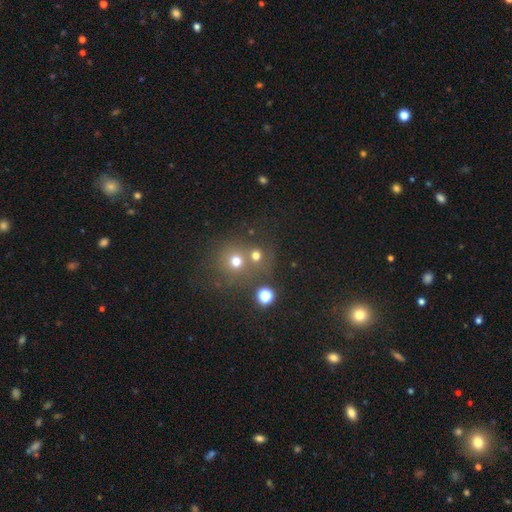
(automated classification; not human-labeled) Q: Smooth or featured?
A: smooth (64%); runner-up: star or artifact (24%)
Q: How rounded?
A: round (86%); runner-up: in between (13%)
Q: Merging?
A: none (55%); runner-up: merger (32%)